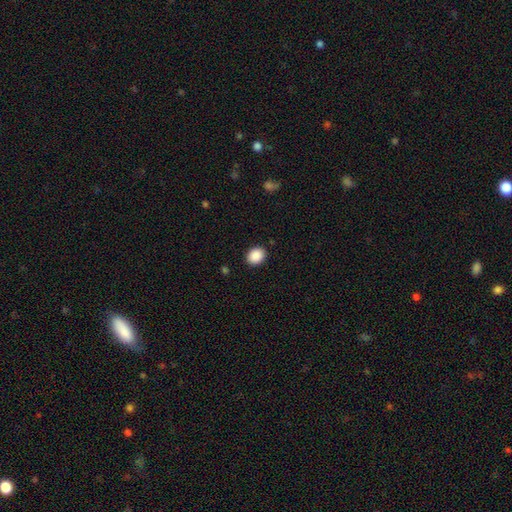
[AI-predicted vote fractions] This appears to be a smooth galaxy with no disk features (90%) that is round (50%). Merging: none (90%).